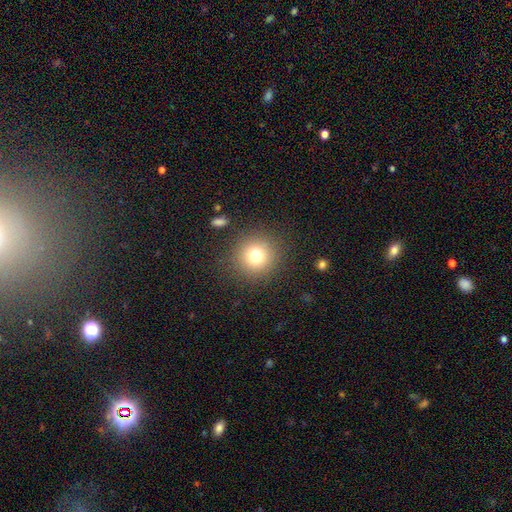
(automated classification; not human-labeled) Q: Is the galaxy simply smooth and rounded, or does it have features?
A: smooth — 76%.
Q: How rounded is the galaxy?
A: round — 94%.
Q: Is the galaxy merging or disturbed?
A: none — 88%.